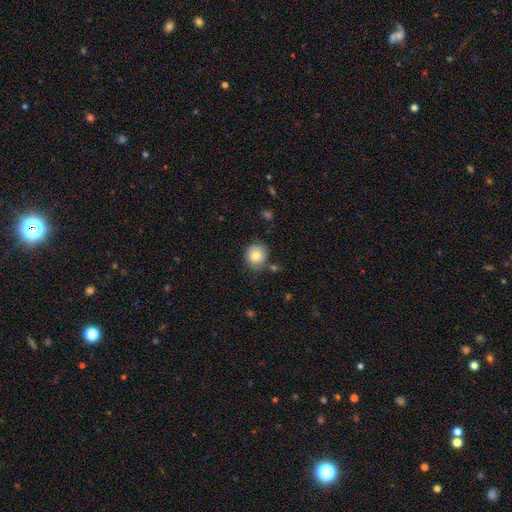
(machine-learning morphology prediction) Smooth or featured?
  - smooth: 75% *
  - featured or disk: 16%
  - star or artifact: 9%
How rounded?
  - round: 82% *
  - in between: 17%
  - cigar-shaped: 1%
Merging?
  - none: 72% *
  - minor disturbance: 18%
  - merger: 5%
  - major disturbance: 5%